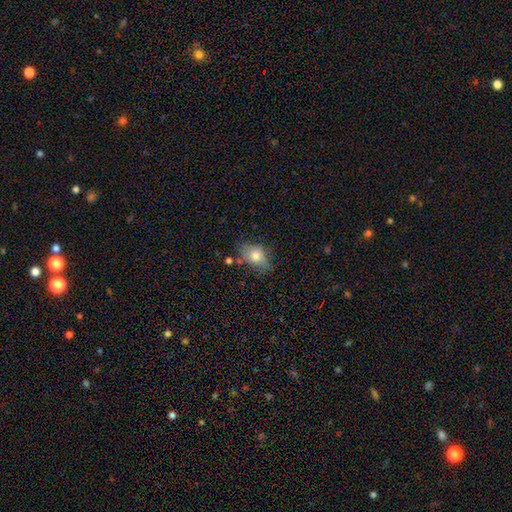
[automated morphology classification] This appears to be a smooth galaxy with no disk features (73%) that is in between round and cigar-shaped (72%). Merging: none (57%).